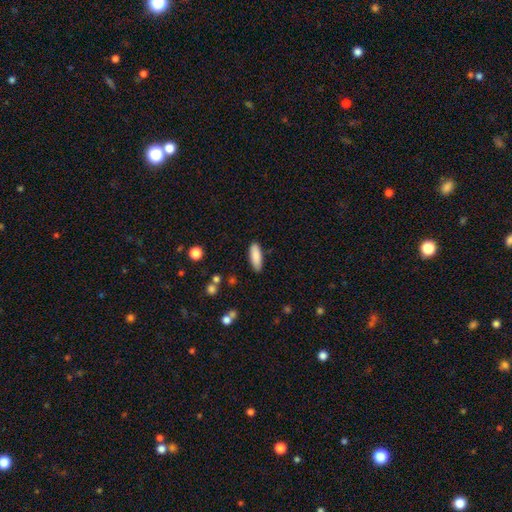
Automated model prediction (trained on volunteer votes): Smooth or featured? Predicted: smooth (p=0.87). How rounded? Predicted: in between (p=0.58). Merging? Predicted: none (p=0.86).